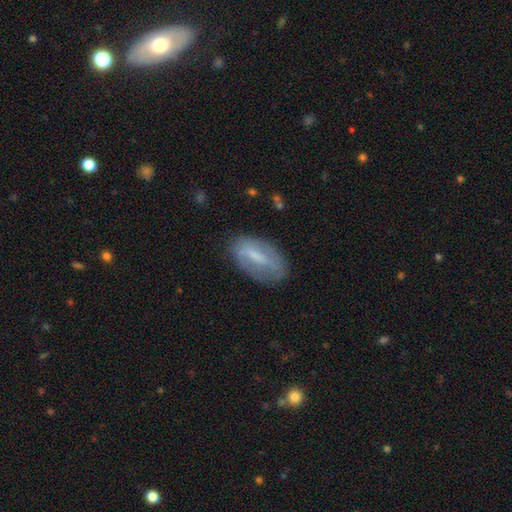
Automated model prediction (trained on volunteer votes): A smooth galaxy with no disk features (49%). Merging: none (70%).